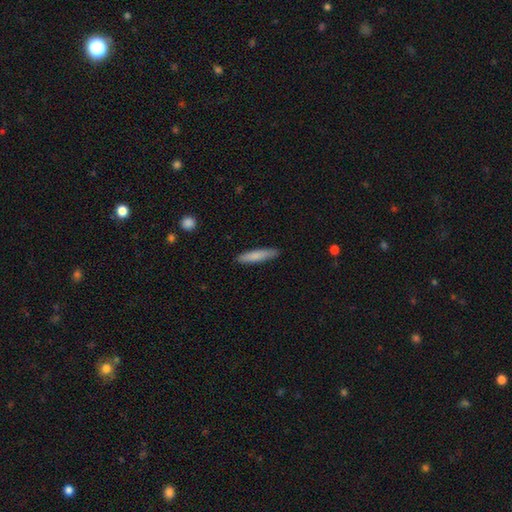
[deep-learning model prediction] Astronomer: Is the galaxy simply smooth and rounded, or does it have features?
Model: smooth — 80%.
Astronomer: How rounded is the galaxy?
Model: cigar-shaped — 89%.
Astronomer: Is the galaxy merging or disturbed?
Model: none — 89%.